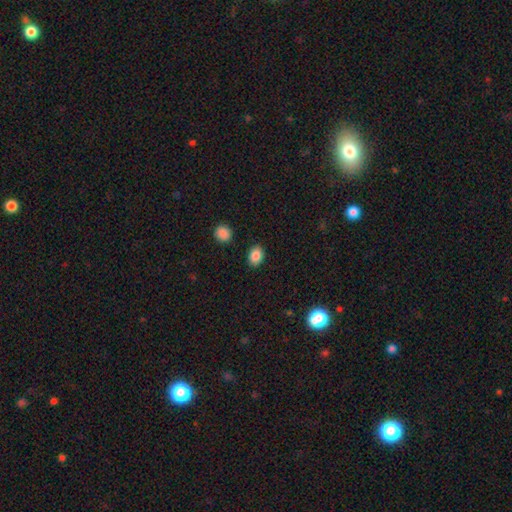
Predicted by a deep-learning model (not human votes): A smooth galaxy with no disk features (87%) that is in between round and cigar-shaped (75%). Merging: none (88%).